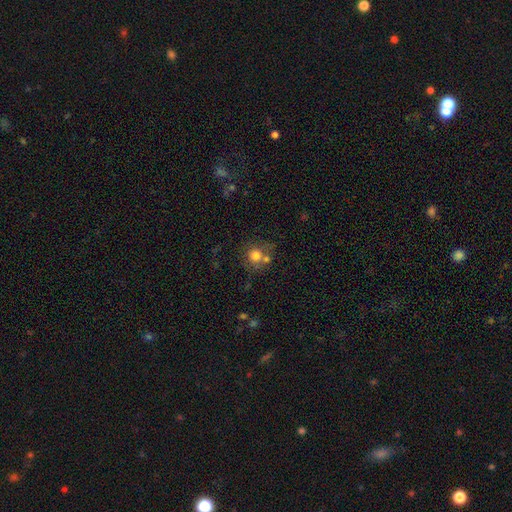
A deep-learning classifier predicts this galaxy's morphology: smooth 76%, featured or disk 12%, star or artifact 12%. Down the decision tree: how rounded — round (90%); merging — none (60%).